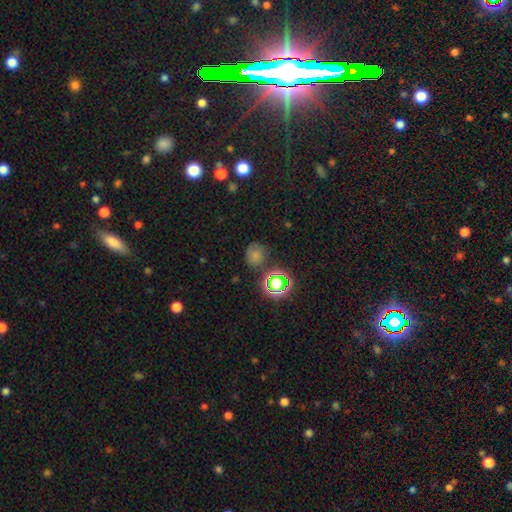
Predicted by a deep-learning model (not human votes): smooth 65%, star or artifact 26%, featured or disk 9%. Down the decision tree: how rounded — round (79%); merging — none (71%).